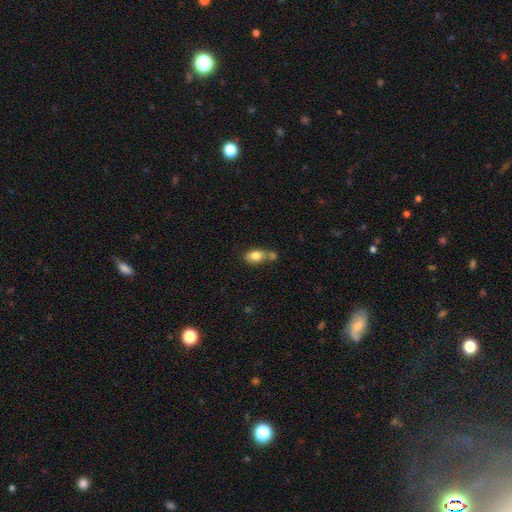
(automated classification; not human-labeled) Smooth or featured: smooth — 80% (featured or disk — 12%)
How rounded: in between — 79% (round — 17%)
Merging: merger — 41% (none — 34%)